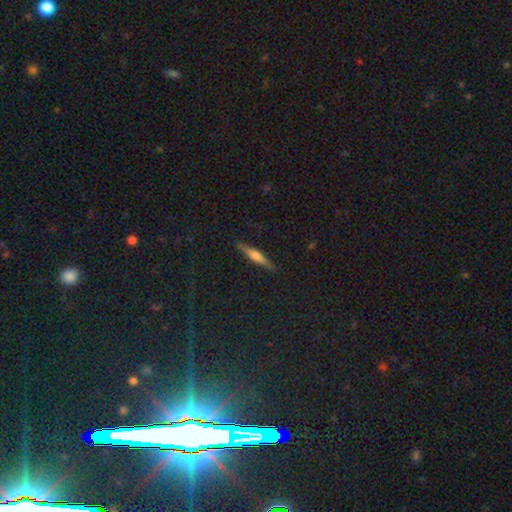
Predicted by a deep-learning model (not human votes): featured or disk 54%, smooth 37%, star or artifact 9%. Down the decision tree: edge-on disk — yes (96%); edge-on bulge — rounded (64%); merging — none (88%).